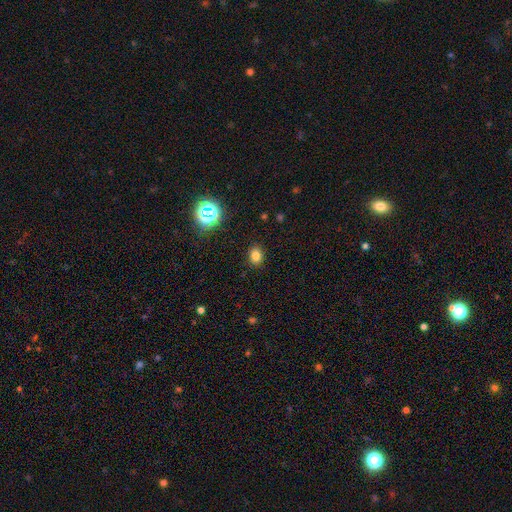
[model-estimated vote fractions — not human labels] smooth 78%, star or artifact 16%, featured or disk 5%. Down the decision tree: how rounded — round (51%); merging — none (89%).